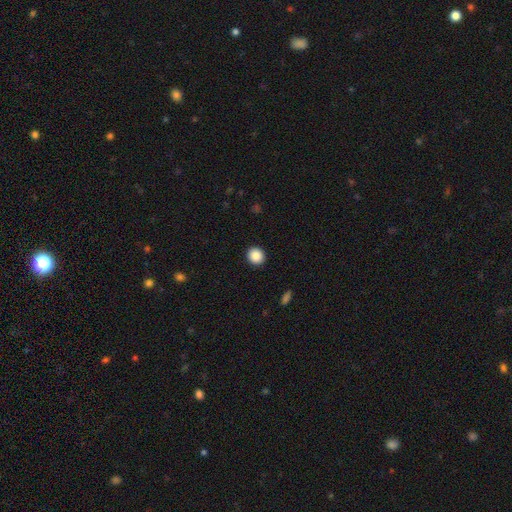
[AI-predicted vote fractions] smooth 88%, star or artifact 9%, featured or disk 3%. Down the decision tree: how rounded — round (89%); merging — none (93%).